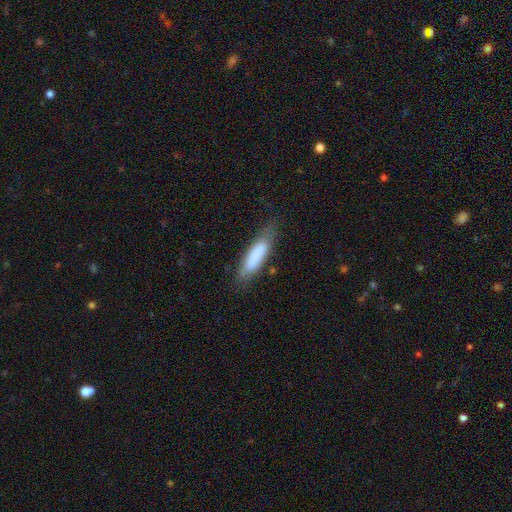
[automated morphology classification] smooth_or_featured: smooth (p=0.80) [alt: featured or disk p=0.14]
how_rounded: cigar-shaped (p=0.67) [alt: in between p=0.31]
merging: none (p=0.70) [alt: minor disturbance p=0.22]